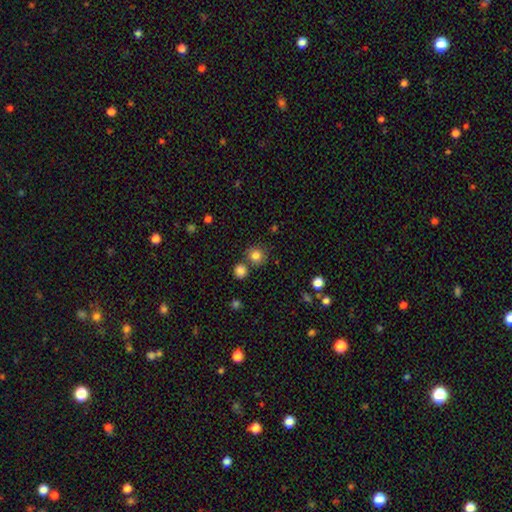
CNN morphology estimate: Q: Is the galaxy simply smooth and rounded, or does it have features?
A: smooth — 82%.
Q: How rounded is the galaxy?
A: round — 90%.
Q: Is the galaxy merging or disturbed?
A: none — 72%.